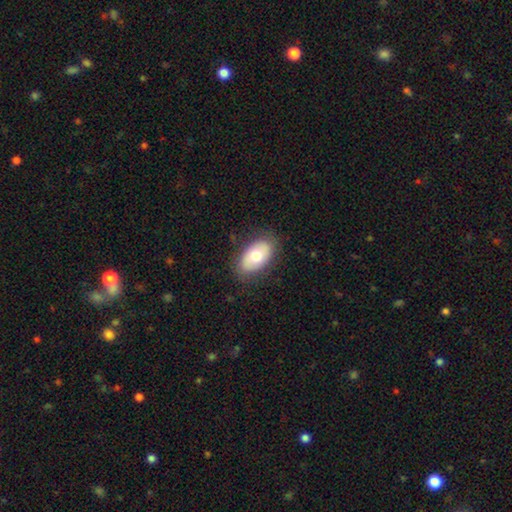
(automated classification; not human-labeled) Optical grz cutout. It shows a smooth galaxy with no disk features (65%) that is in between round and cigar-shaped (93%). Merging: none (84%).